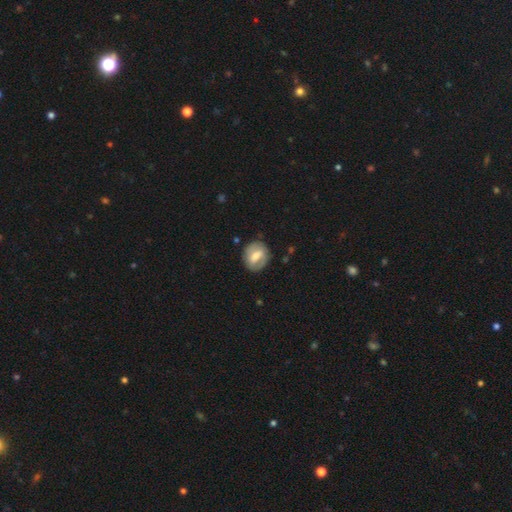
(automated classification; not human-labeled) Smooth or featured: featured or disk — 52% (smooth — 41%)
Edge-on disk: no — 94% (yes — 6%)
Merging: none — 78% (minor disturbance — 15%)